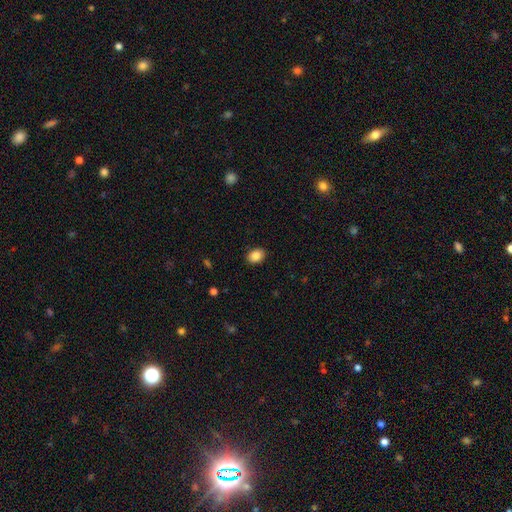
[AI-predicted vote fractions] This is clearly a smooth galaxy (86%). How rounded: likely in between (68%). Merging: clearly none (90%).